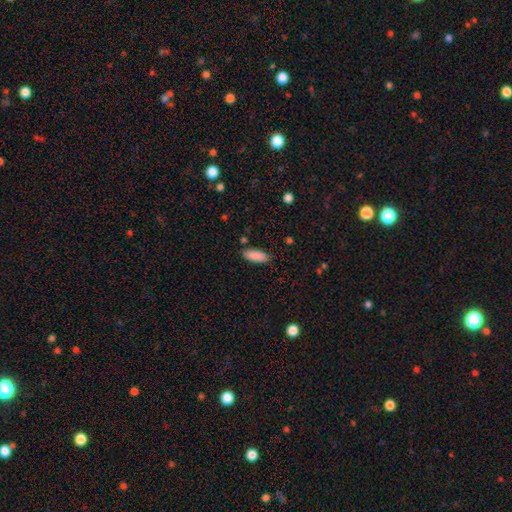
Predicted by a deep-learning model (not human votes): Smooth or featured? smooth (89%)
How rounded? in between (79%)
Merging? none (85%)